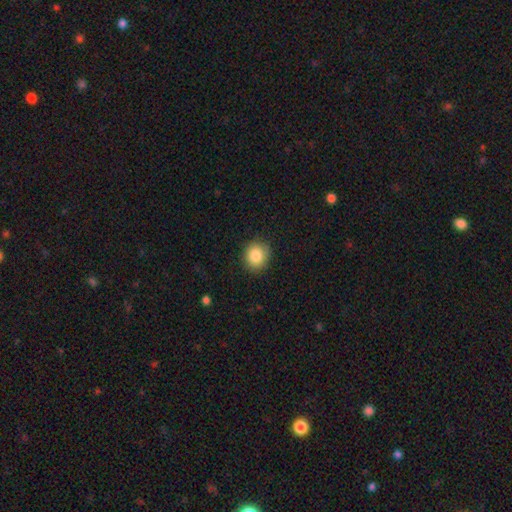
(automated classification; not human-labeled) A smooth galaxy with no disk features (85%) that is round (81%). Merging: none (88%).